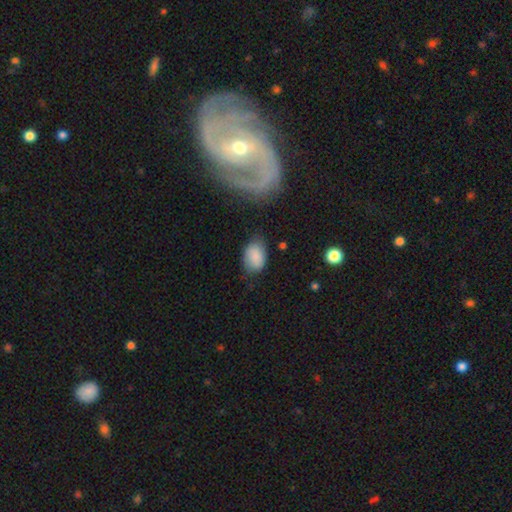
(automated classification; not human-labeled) Smooth or featured: smooth — 83% (featured or disk — 9%)
How rounded: in between — 84% (round — 15%)
Merging: none — 66% (minor disturbance — 25%)